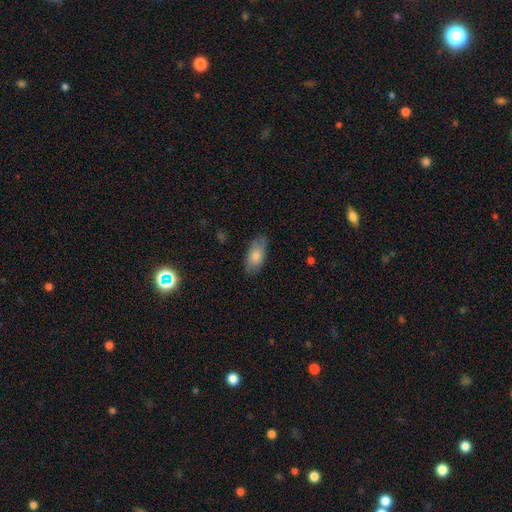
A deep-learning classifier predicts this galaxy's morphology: Overall: smooth (78%). How rounded: in between (91%). Merging: none (74%).